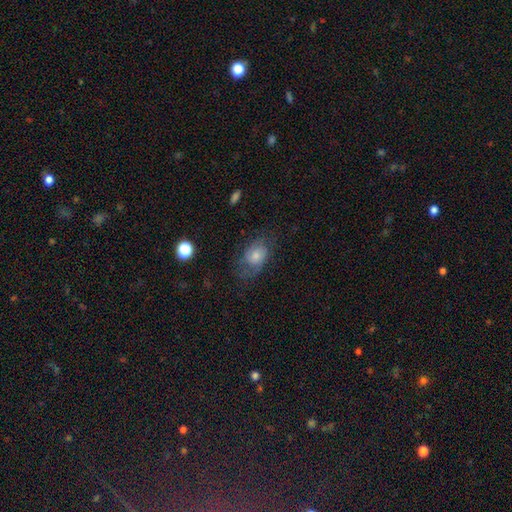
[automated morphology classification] smooth_or_featured: smooth (p=0.48) [alt: featured or disk p=0.40]
merging: none (p=0.61) [alt: minor disturbance p=0.23]